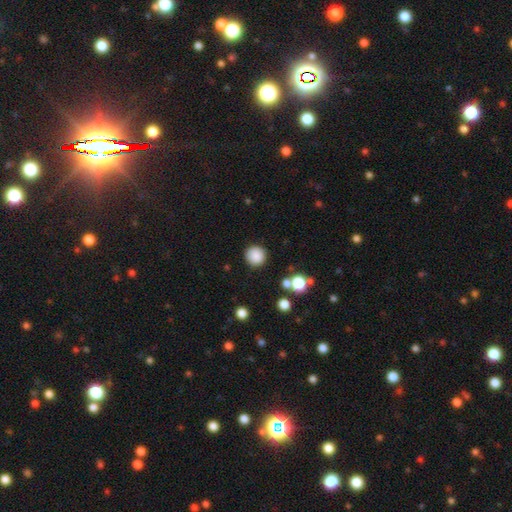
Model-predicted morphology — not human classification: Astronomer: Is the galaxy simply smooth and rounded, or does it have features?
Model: smooth — 86%.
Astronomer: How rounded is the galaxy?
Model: round — 94%.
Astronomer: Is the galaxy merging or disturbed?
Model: none — 88%.